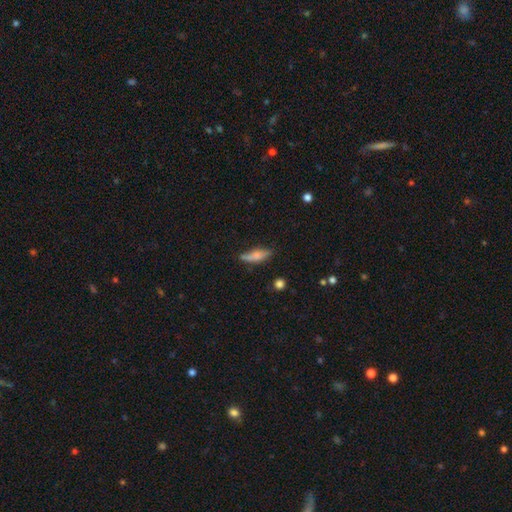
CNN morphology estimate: The model was most divided on "how rounded": in between: 49%, cigar-shaped: 48%, round: 3%. More confident: smooth or featured — smooth (68%); merging — none (59%).